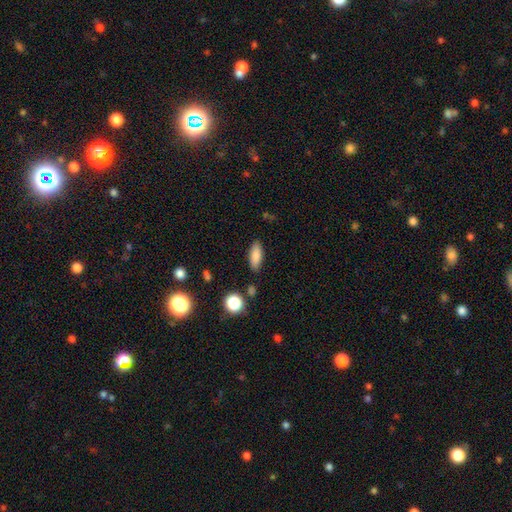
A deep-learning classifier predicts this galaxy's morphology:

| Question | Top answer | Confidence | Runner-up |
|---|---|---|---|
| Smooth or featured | smooth | 85% | star or artifact (8%) |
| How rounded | in between | 72% | cigar-shaped (25%) |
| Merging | none | 84% | minor disturbance (11%) |